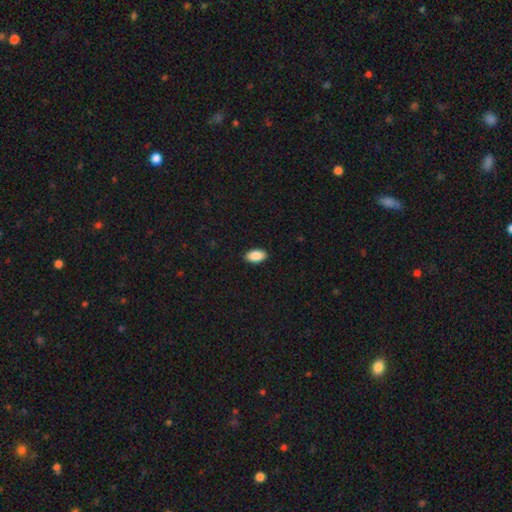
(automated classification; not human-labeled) This is clearly a smooth galaxy (90%). How rounded: clearly in between (94%). Merging: clearly none (89%).